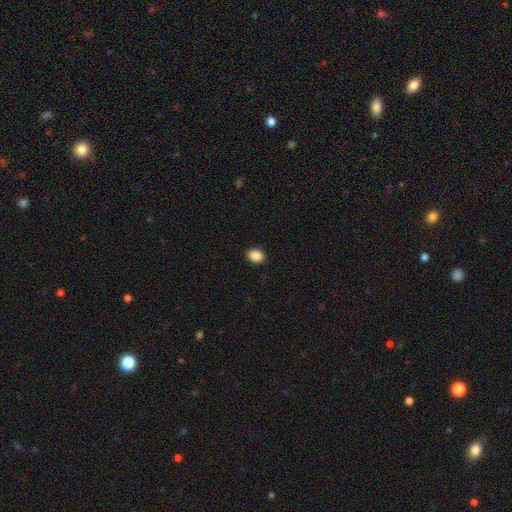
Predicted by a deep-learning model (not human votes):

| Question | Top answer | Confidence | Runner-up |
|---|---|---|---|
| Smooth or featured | smooth | 88% | star or artifact (9%) |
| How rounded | in between | 64% | round (35%) |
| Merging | none | 90% | minor disturbance (7%) |